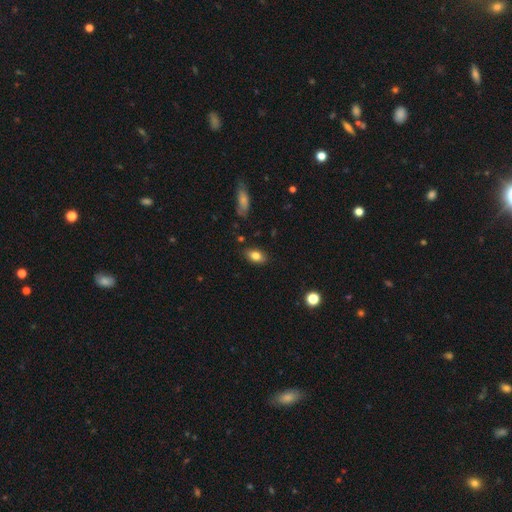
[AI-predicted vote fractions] smooth_or_featured: smooth (p=0.80) [alt: featured or disk p=0.11]
how_rounded: in between (p=0.87) [alt: round p=0.09]
merging: none (p=0.84) [alt: minor disturbance p=0.12]